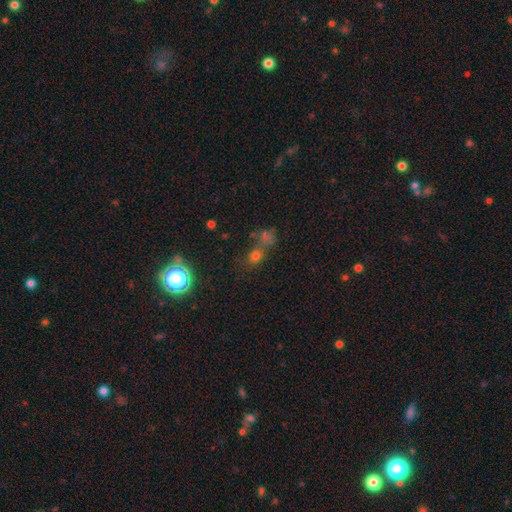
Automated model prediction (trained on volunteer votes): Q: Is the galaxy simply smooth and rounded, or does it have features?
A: smooth — 43%, tied with star or artifact.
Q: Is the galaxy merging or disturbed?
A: none — 45%.